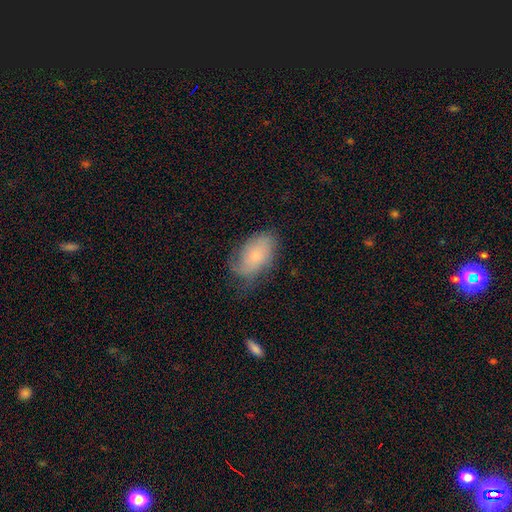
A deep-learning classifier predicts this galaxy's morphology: Smooth or featured? smooth (57%)
How rounded? in between (92%)
Merging? none (52%)